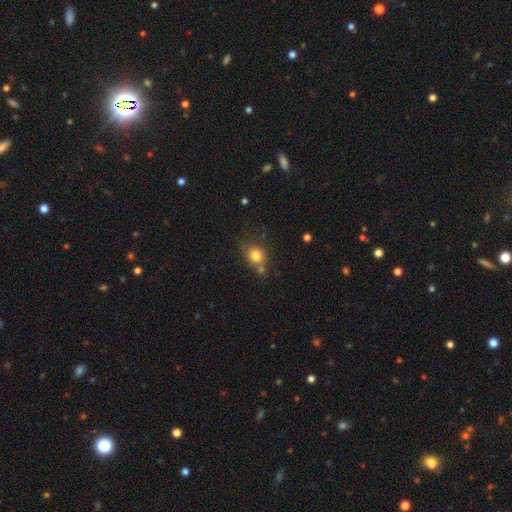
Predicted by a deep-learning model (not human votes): Smooth or featured: smooth — 79% (star or artifact — 11%)
How rounded: round — 69% (in between — 30%)
Merging: none — 59% (merger — 19%)